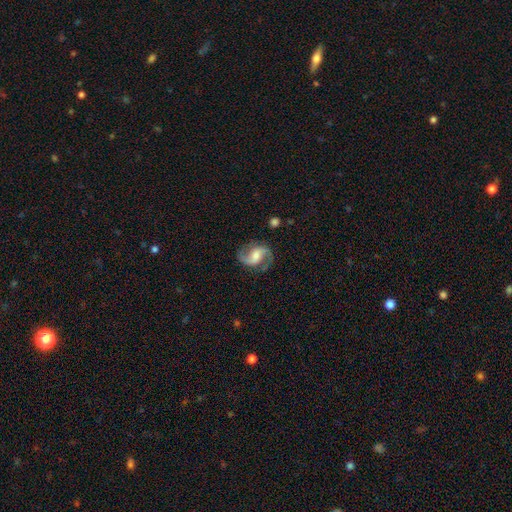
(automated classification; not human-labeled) Q: Smooth or featured?
A: featured or disk (88%); runner-up: smooth (7%)
Q: Edge-on disk?
A: no (98%); runner-up: yes (2%)
Q: Bar?
A: weak (43%); runner-up: no (40%)
Q: Spiral arms?
A: yes (97%); runner-up: no (3%)
Q: Spiral winding?
A: medium (53%); runner-up: loose (34%)
Q: Spiral arm count?
A: 2 (93%); runner-up: can't tell (2%)
Q: Bulge size?
A: moderate (51%); runner-up: small (27%)
Q: Merging?
A: none (80%); runner-up: minor disturbance (13%)